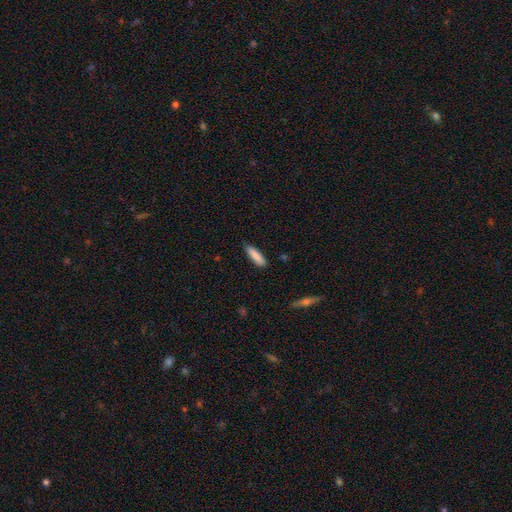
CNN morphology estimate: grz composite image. It shows a smooth galaxy with no disk features (87%) that is cigar-shaped (67%). Merging: none (85%).